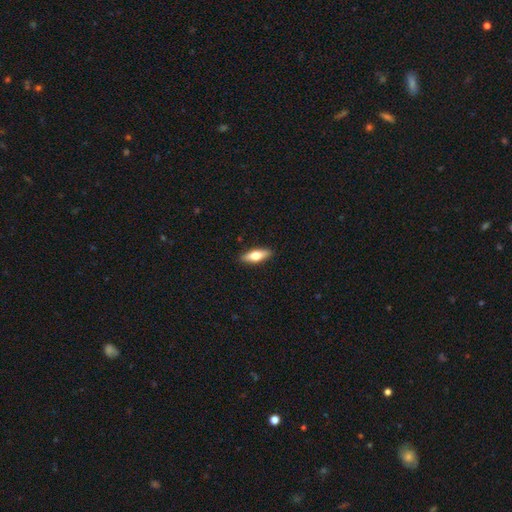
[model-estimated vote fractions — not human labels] Smooth or featured? smooth (62%)
How rounded? in between (60%)
Merging? none (90%)